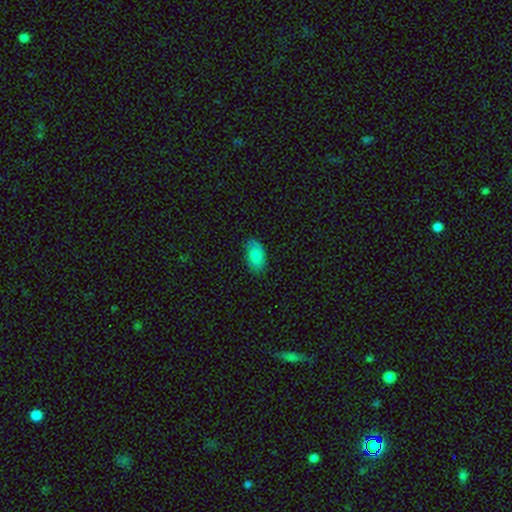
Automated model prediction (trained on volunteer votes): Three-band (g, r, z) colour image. It shows a smooth galaxy with no disk features (84%) that is in between round and cigar-shaped (94%). Merging: none (77%).